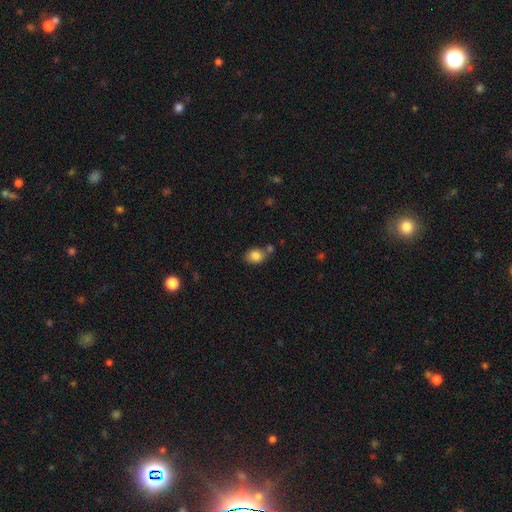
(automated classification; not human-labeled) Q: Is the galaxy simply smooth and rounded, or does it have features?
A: smooth — 84%.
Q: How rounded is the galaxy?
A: in between — 60%.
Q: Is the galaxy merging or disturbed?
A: none — 62%.